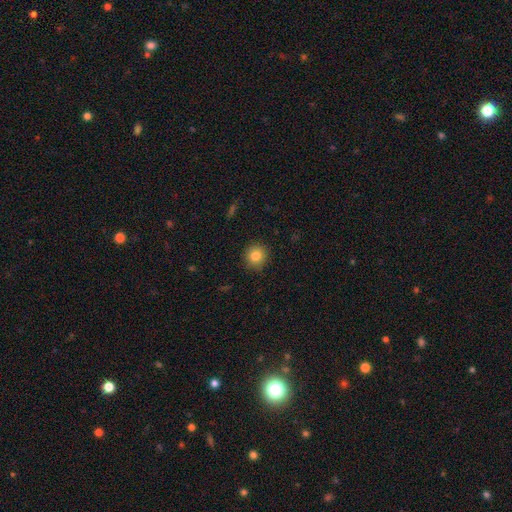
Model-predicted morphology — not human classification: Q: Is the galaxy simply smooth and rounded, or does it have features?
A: smooth — 82%.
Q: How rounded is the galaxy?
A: round — 92%.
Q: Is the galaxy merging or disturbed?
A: none — 90%.